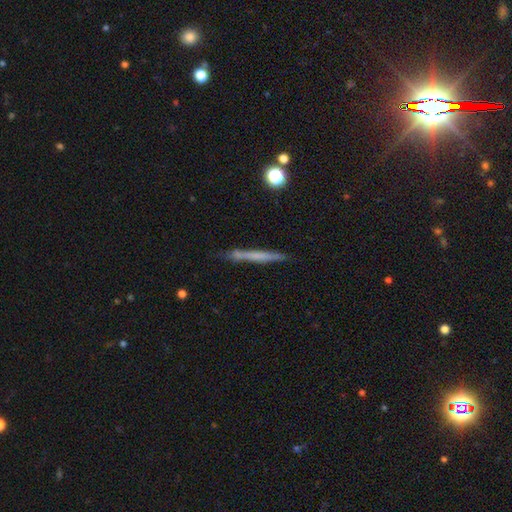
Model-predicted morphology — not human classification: Smooth or featured: smooth — 51% (featured or disk — 41%)
How rounded: cigar-shaped — 96% (in between — 2%)
Merging: none — 83% (minor disturbance — 12%)